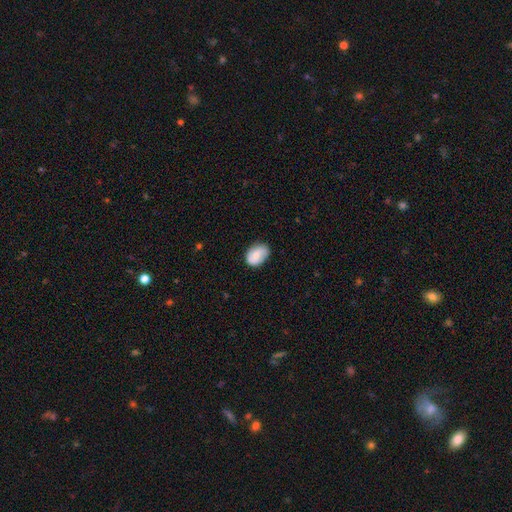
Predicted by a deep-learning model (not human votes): smooth_or_featured: smooth (p=0.64) [alt: featured or disk p=0.29]
how_rounded: in between (p=0.78) [alt: round p=0.21]
merging: none (p=0.73) [alt: minor disturbance p=0.21]